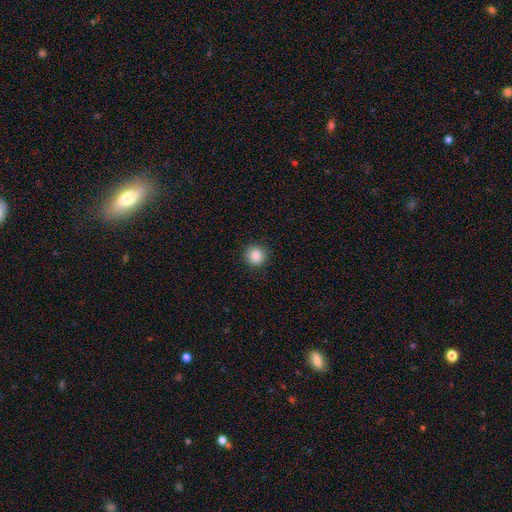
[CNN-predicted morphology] smooth_or_featured: smooth (p=0.86) [alt: star or artifact p=0.10]
how_rounded: round (p=0.93) [alt: in between p=0.06]
merging: none (p=0.89) [alt: minor disturbance p=0.08]